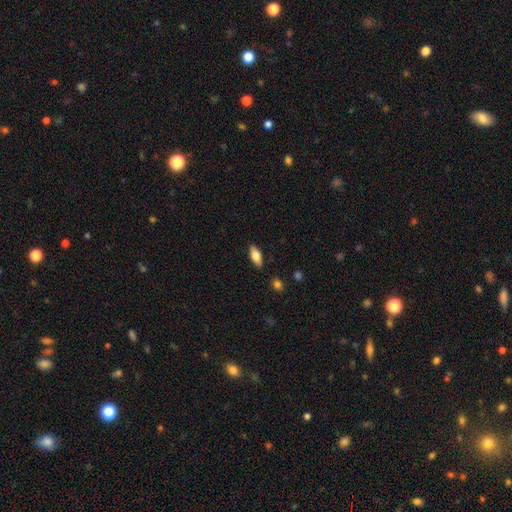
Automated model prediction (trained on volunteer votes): Smooth or featured?
  - smooth: 70% *
  - featured or disk: 23%
  - star or artifact: 7%
How rounded?
  - in between: 82% *
  - cigar-shaped: 15%
  - round: 3%
Merging?
  - none: 87% *
  - minor disturbance: 10%
  - major disturbance: 2%
  - merger: 1%